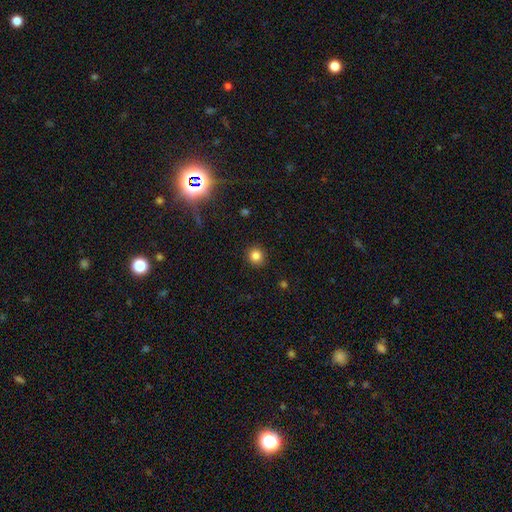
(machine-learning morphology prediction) This is clearly a smooth galaxy (83%). How rounded: clearly round (91%). Merging: clearly none (91%).